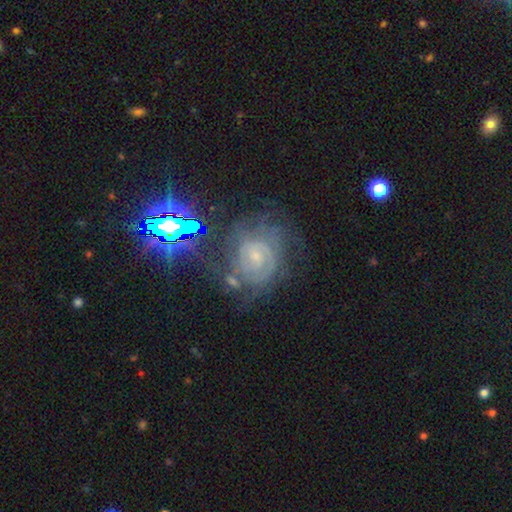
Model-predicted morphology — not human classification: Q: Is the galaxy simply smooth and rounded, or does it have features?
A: featured or disk — 69%.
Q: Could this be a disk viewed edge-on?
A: no — 97%.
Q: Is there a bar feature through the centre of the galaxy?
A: no — 54%.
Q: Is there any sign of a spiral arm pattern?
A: yes — 91%.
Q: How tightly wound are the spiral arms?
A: tight — 68%.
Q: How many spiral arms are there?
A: can't tell — 43%.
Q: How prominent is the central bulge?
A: small — 67%.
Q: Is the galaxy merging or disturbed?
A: none — 62%.